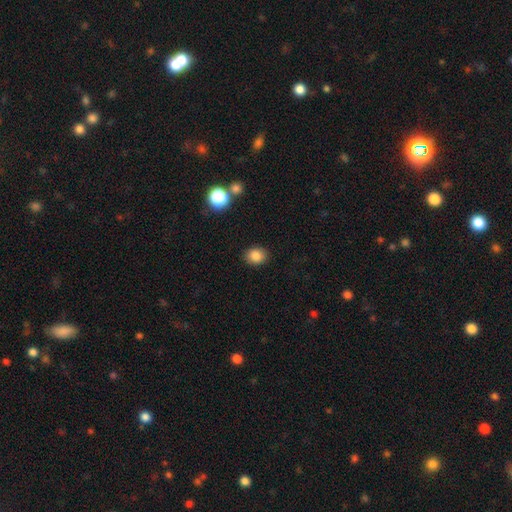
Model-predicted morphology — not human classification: A smooth galaxy with no disk features (85%) that is round (55%).

Vote fractions:
- Smooth or featured? smooth: 85% / star or artifact: 10% / featured or disk: 5%
- How rounded? round: 55% / in between: 44% / cigar-shaped: 1%
- Merging? none: 88% / minor disturbance: 8% / major disturbance: 2% / merger: 2%